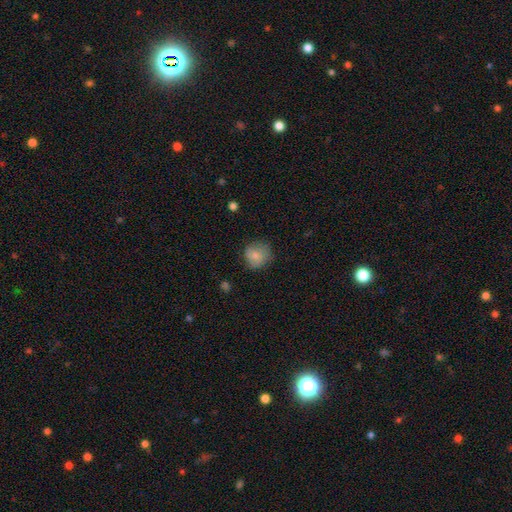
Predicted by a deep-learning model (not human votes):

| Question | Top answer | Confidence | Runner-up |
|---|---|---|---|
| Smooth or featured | smooth | 78% | featured or disk (14%) |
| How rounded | round | 86% | in between (13%) |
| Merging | none | 70% | minor disturbance (23%) |